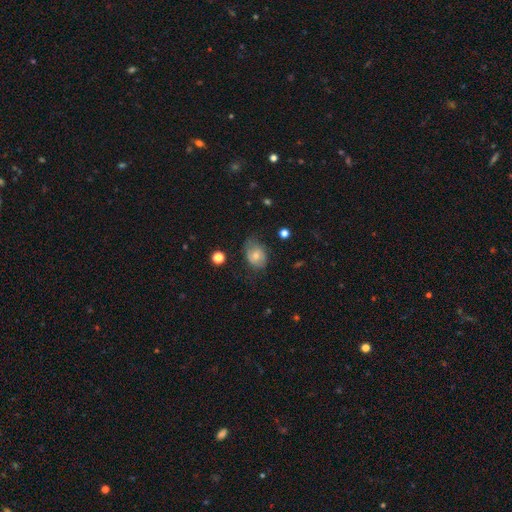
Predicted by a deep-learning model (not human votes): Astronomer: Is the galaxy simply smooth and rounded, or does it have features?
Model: smooth — 56% (runner-up: featured or disk, 34%).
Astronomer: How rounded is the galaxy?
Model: in between — 65%.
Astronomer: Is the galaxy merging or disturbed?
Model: none — 55% (runner-up: minor disturbance, 31%).